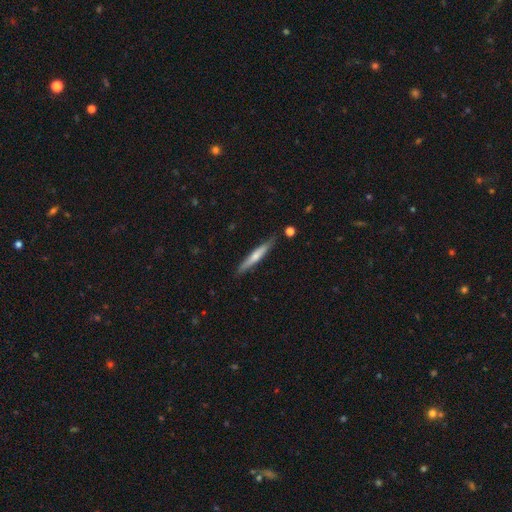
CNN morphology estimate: This appears to be a smooth galaxy with no disk features (52%) that is cigar-shaped (93%). Merging: none (83%).